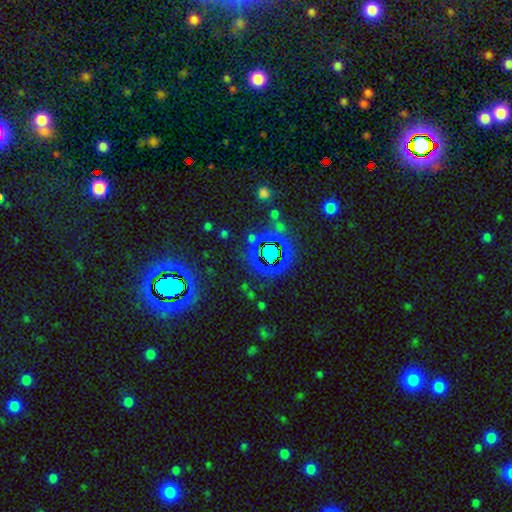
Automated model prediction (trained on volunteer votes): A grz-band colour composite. It shows a star or artifact, not a galaxy (76%).